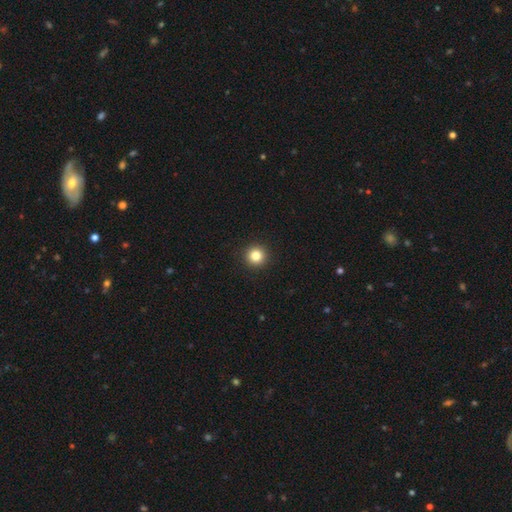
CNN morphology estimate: A smooth galaxy with no disk features (83%) that is round (96%).

Vote fractions:
- Smooth or featured? smooth: 83% / star or artifact: 11% / featured or disk: 5%
- How rounded? round: 96% / in between: 3% / cigar-shaped: 1%
- Merging? none: 94% / minor disturbance: 4% / major disturbance: 2% / merger: 1%